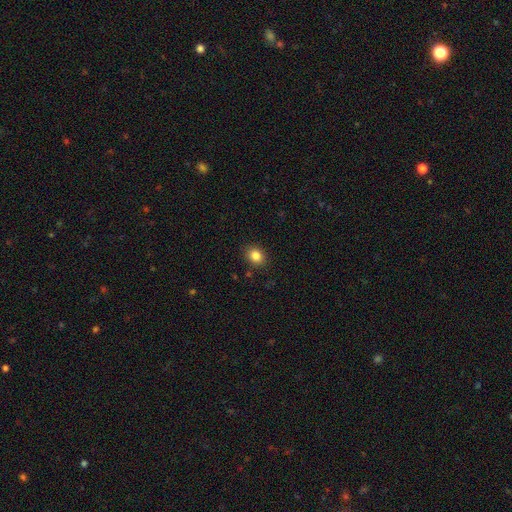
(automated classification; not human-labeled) smooth 84%, star or artifact 11%, featured or disk 6%. Down the decision tree: how rounded — round (53%); merging — none (88%).